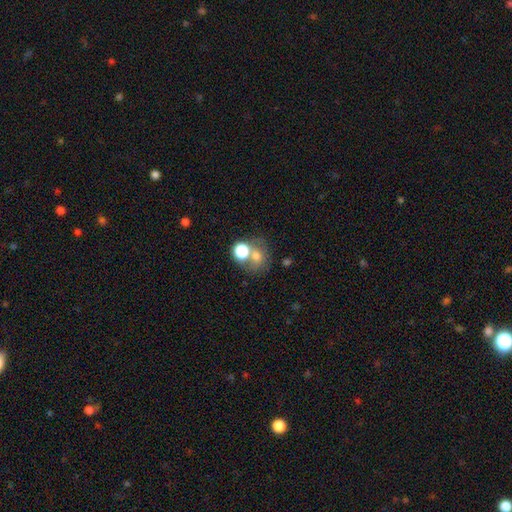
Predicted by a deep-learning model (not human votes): A smooth galaxy with no disk features (64%) that is round (62%). Merging: none (41%).